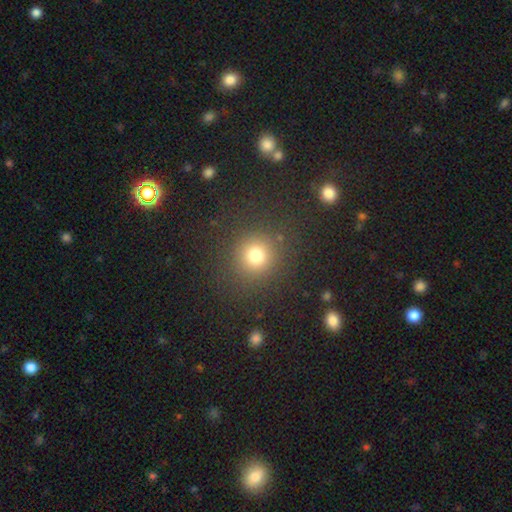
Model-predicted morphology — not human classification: smooth 76%, star or artifact 17%, featured or disk 7%. Down the decision tree: how rounded — round (91%); merging — none (87%).